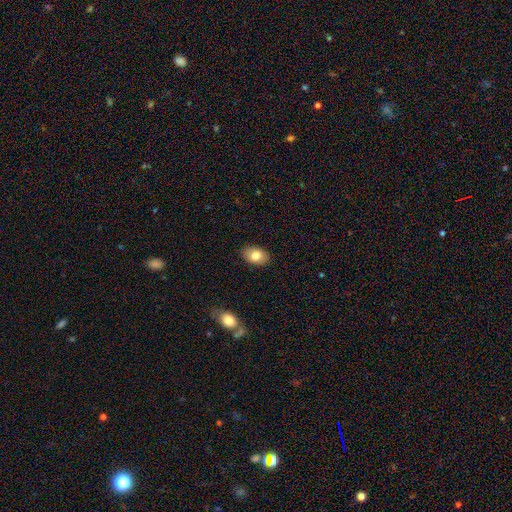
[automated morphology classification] This appears to be a smooth galaxy with no disk features (79%) that is in between round and cigar-shaped (85%). Merging: none (88%).